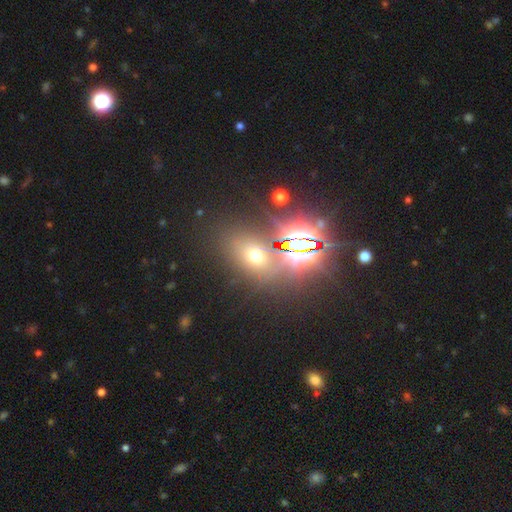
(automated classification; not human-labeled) Smooth or featured? Predicted: star or artifact (p=0.47).